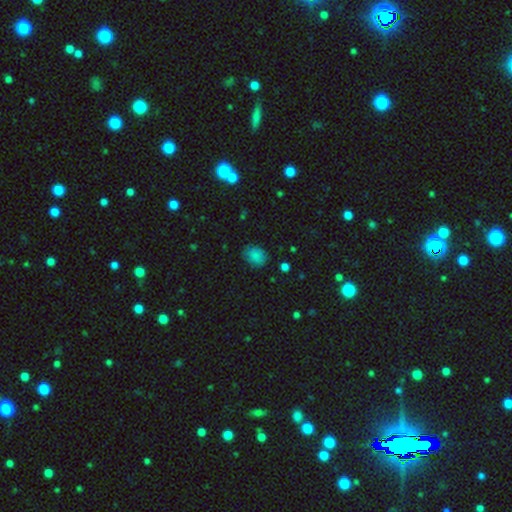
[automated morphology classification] This appears to be a smooth galaxy with no disk features (83%) that is in between round and cigar-shaped (53%). Merging: none (79%).